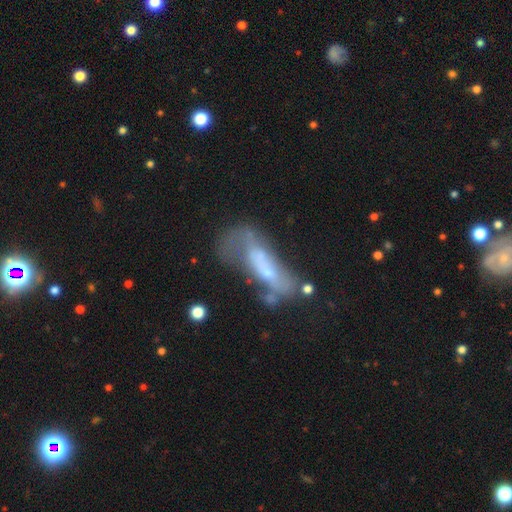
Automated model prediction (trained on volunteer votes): A featured or disk galaxy (58%). Merging: none (37%).